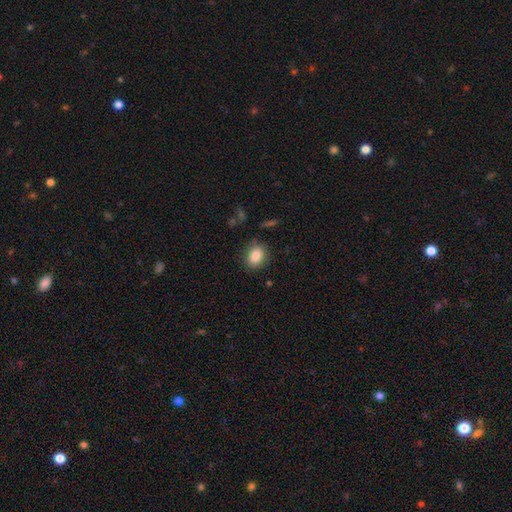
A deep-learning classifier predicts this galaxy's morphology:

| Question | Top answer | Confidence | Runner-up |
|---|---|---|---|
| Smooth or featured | smooth | 84% | star or artifact (8%) |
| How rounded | in between | 56% | round (43%) |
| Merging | none | 80% | minor disturbance (14%) |